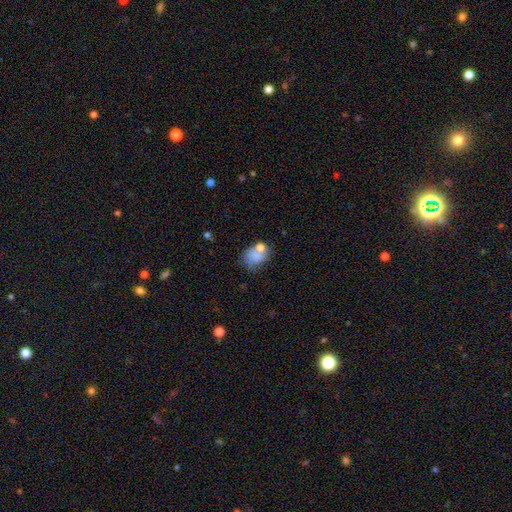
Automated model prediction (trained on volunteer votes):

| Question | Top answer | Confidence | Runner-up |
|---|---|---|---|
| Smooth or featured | smooth | 70% | featured or disk (18%) |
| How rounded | in between | 53% | round (46%) |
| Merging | none | 40% | minor disturbance (24%) |